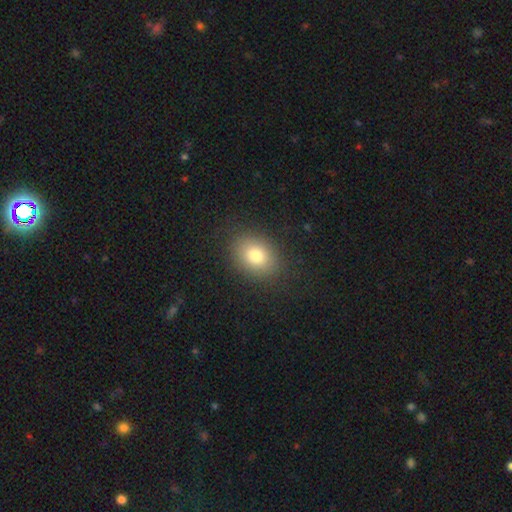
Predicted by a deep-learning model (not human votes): The model was most divided on "how rounded": in between: 60%, round: 39%, cigar-shaped: 1%. More confident: merging — none (87%); smooth or featured — smooth (81%).